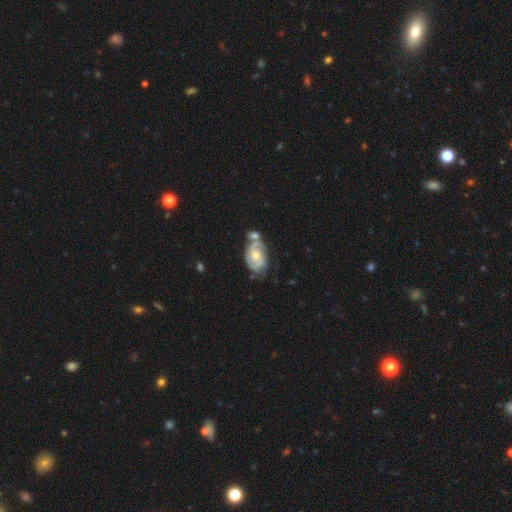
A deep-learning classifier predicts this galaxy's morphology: A featured or disk galaxy (81%) with no bar (65%), 2 (74%) tight (55%) spiral arms (93%) and a moderate central bulge (61%). Merging: none (46%).